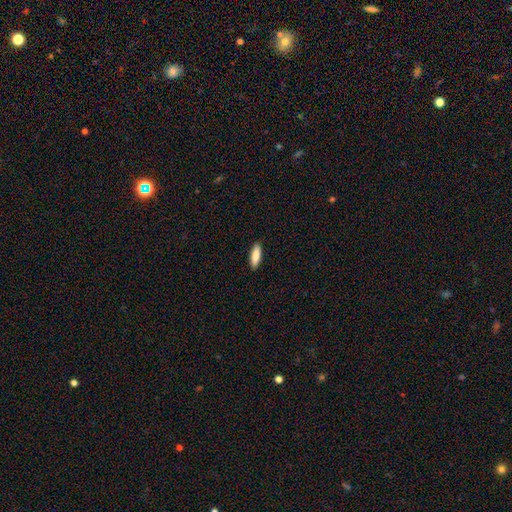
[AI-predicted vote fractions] A smooth galaxy with no disk features (86%) that is cigar-shaped (50%).

Vote fractions:
- Smooth or featured? smooth: 86% / featured or disk: 9% / star or artifact: 6%
- How rounded? cigar-shaped: 50% / in between: 48% / round: 2%
- Merging? none: 91% / minor disturbance: 7% / major disturbance: 2% / merger: 1%